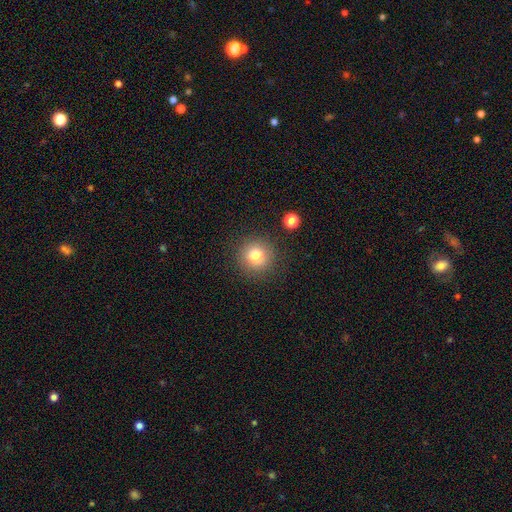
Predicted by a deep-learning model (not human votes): Morphology: type=smooth (78%); roundness=round (94%); merging=none (87%).